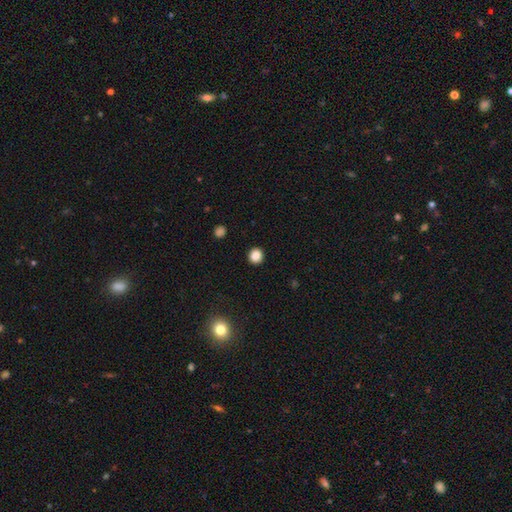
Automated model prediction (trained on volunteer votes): Smooth or featured? smooth (87%)
How rounded? round (90%)
Merging? none (92%)